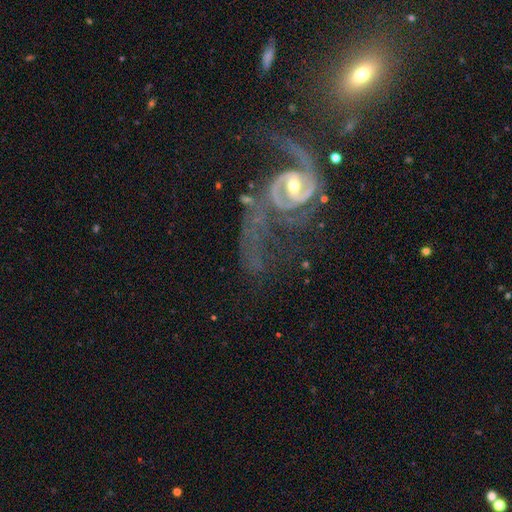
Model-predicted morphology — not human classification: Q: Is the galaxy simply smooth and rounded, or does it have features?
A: featured or disk — 85%.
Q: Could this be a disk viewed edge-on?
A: no — 97%.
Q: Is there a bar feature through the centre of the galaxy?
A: no — 51%.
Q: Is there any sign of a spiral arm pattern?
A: yes — 92%.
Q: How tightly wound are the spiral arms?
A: loose — 44%.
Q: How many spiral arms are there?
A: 2 — 74%.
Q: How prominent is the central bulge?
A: moderate — 46%.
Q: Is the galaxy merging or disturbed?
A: major disturbance — 41%.